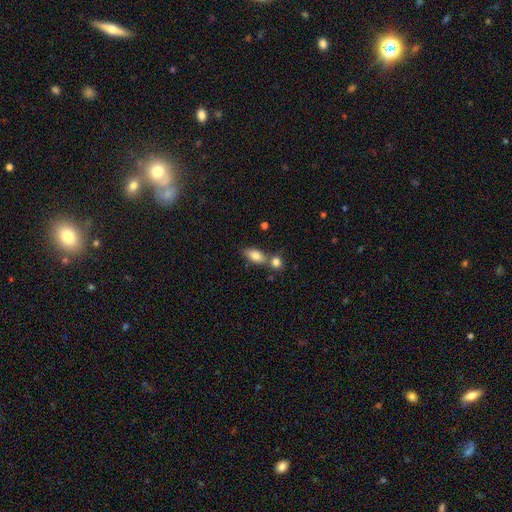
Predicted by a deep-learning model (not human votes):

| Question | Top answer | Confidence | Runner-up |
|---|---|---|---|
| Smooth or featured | smooth | 81% | featured or disk (11%) |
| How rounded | in between | 83% | cigar-shaped (10%) |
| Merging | none | 51% | merger (34%) |